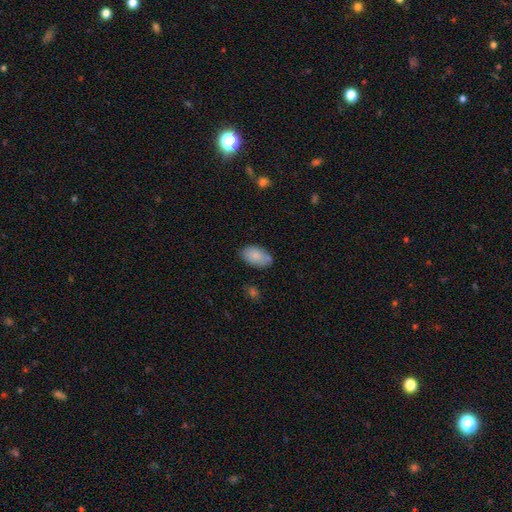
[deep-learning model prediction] The model was most divided on "merging": none: 72%, minor disturbance: 19%, merger: 5%, major disturbance: 4%. More confident: how rounded — in between (93%); smooth or featured — smooth (85%).